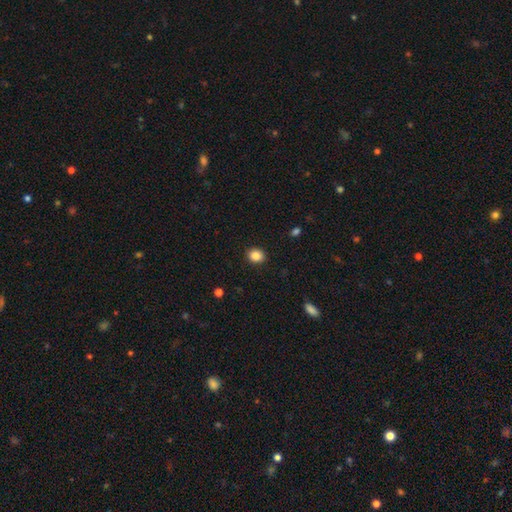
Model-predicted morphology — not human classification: Smooth or featured?
  - smooth: 87% *
  - star or artifact: 9%
  - featured or disk: 4%
How rounded?
  - round: 70% *
  - in between: 29%
  - cigar-shaped: 1%
Merging?
  - none: 91% *
  - minor disturbance: 6%
  - major disturbance: 2%
  - merger: 1%